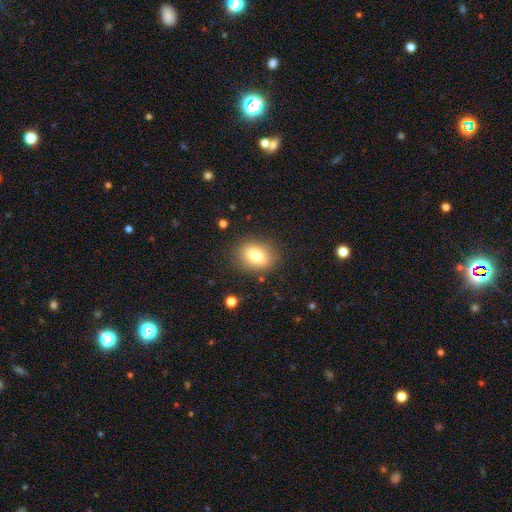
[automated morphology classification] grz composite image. It shows a smooth galaxy with no disk features (74%) that is in between round and cigar-shaped (60%). Merging: none (85%).